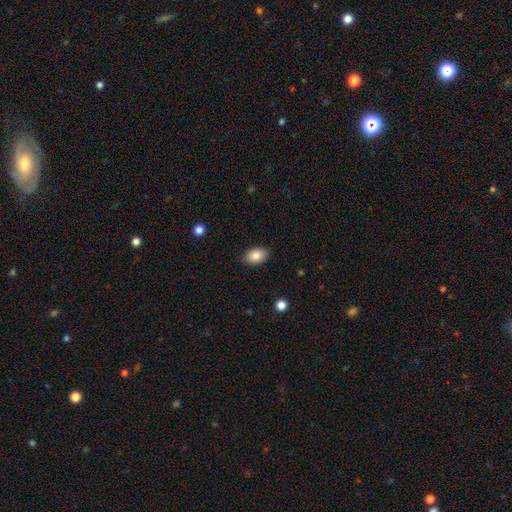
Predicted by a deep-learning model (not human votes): Smooth or featured: smooth — 85% (star or artifact — 7%)
How rounded: in between — 87% (round — 12%)
Merging: none — 88% (minor disturbance — 9%)